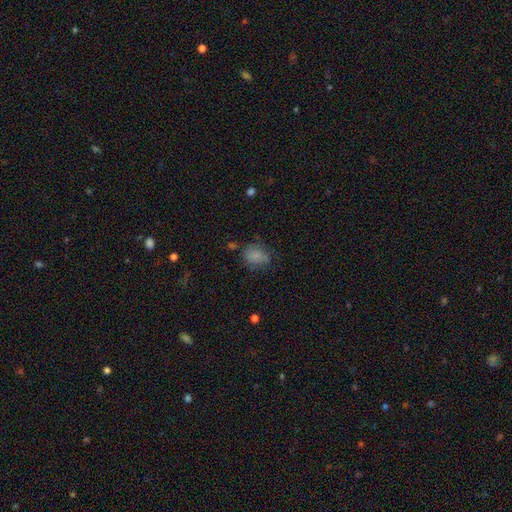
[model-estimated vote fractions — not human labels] This appears to be a smooth galaxy with no disk features (77%) that is in between round and cigar-shaped (55%). Merging: none (60%).